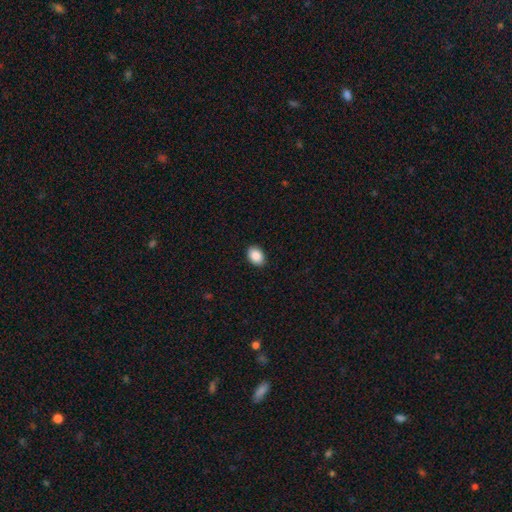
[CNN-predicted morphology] A smooth galaxy with no disk features (89%) that is in between round and cigar-shaped (77%).

Vote fractions:
- Smooth or featured? smooth: 89% / star or artifact: 7% / featured or disk: 4%
- How rounded? in between: 77% / round: 22% / cigar-shaped: 1%
- Merging? none: 90% / minor disturbance: 7% / major disturbance: 2% / merger: 1%